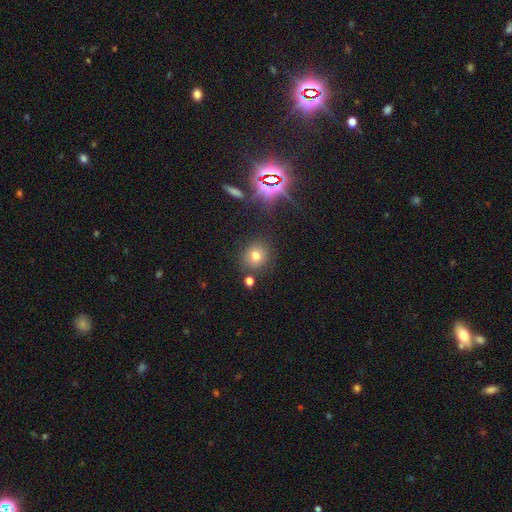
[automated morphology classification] smooth_or_featured: smooth (p=0.69) [alt: star or artifact p=0.20]
how_rounded: round (p=0.85) [alt: in between p=0.14]
merging: none (p=0.81) [alt: minor disturbance p=0.09]